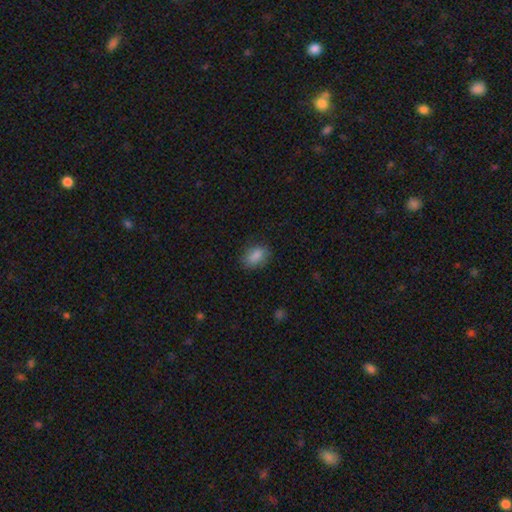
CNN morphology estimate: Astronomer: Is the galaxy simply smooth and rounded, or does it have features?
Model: smooth — 86%.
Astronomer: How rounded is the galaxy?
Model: in between — 83%.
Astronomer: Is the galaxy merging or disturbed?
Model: none — 80%.